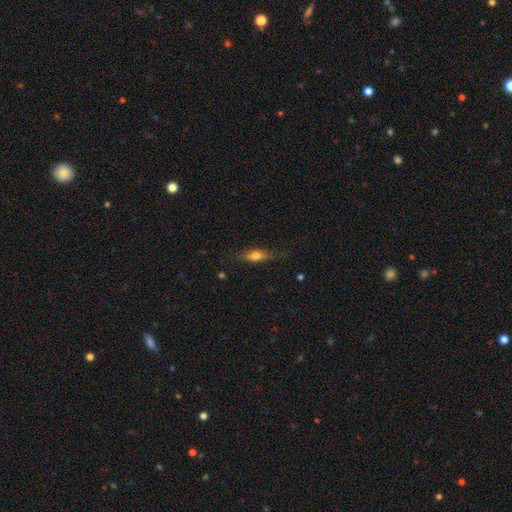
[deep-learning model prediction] Smooth or featured? Predicted: smooth (p=0.64). How rounded? Predicted: in between (p=0.49). Merging? Predicted: none (p=0.75).